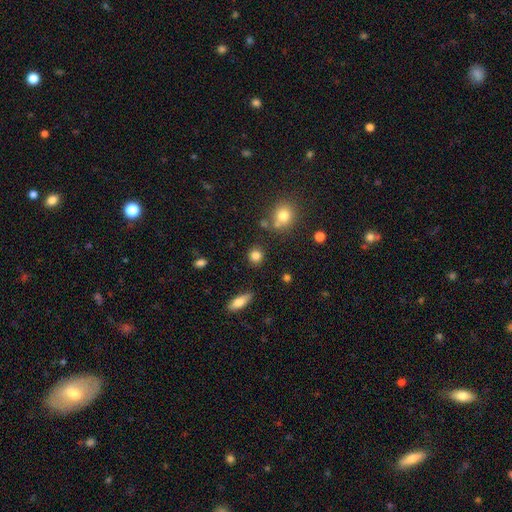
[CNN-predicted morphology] Q: Smooth or featured?
A: smooth (83%); runner-up: star or artifact (11%)
Q: How rounded?
A: round (87%); runner-up: in between (12%)
Q: Merging?
A: none (84%); runner-up: minor disturbance (8%)